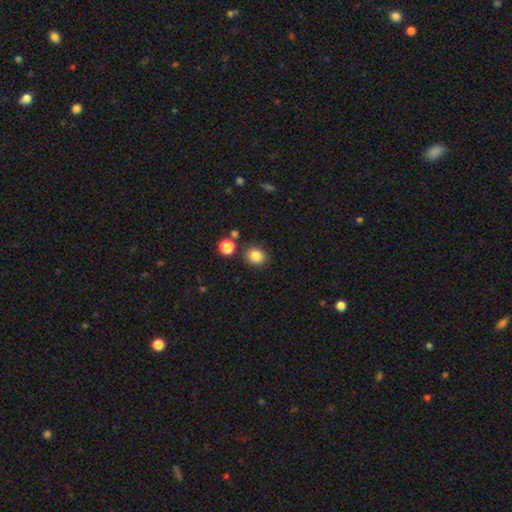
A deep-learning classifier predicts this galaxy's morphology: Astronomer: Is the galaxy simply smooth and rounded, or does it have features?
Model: smooth — 84%.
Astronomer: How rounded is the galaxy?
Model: round — 74%.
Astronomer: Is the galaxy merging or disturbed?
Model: none — 84%.